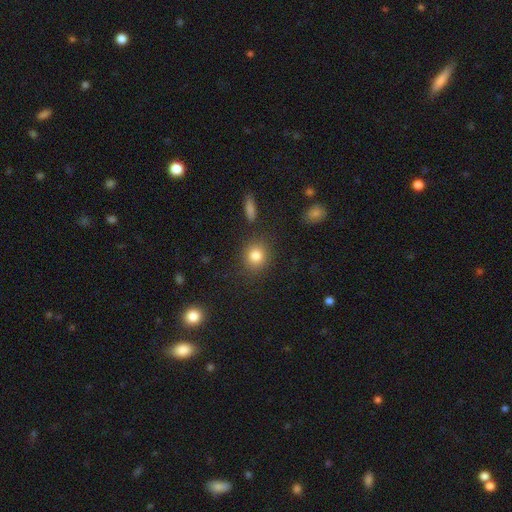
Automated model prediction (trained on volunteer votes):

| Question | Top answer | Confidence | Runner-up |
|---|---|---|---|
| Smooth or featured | smooth | 84% | star or artifact (10%) |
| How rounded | round | 80% | in between (19%) |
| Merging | none | 84% | minor disturbance (9%) |